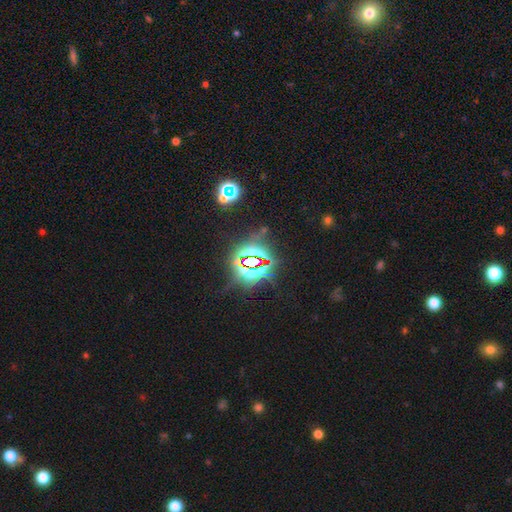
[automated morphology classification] This appears to be a star or artifact, not a galaxy (84%).